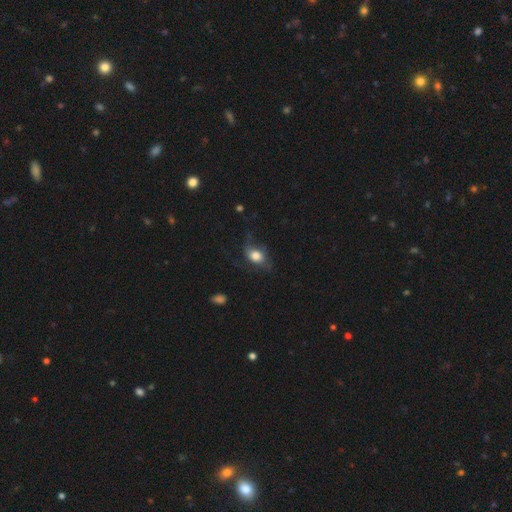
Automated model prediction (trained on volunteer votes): This is likely a smooth galaxy (66%). How rounded: likely in between (76%). Merging: possibly none (51%).